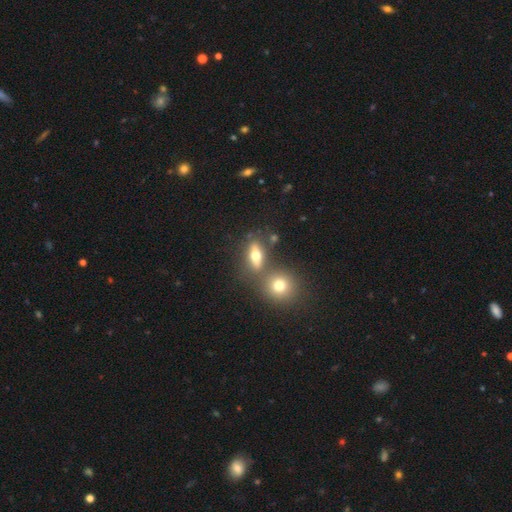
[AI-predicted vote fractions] A smooth galaxy with no disk features (60%) that is in between round and cigar-shaped (61%).

Vote fractions:
- Smooth or featured? smooth: 60% / featured or disk: 27% / star or artifact: 13%
- How rounded? in between: 61% / cigar-shaped: 20% / round: 19%
- Merging? none: 63% / merger: 22% / minor disturbance: 10% / major disturbance: 5%